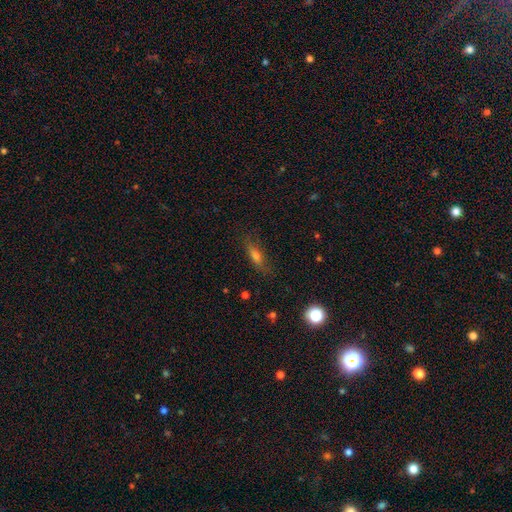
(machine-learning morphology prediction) Smooth or featured: smooth — 53% (featured or disk — 33%)
How rounded: cigar-shaped — 55% (in between — 39%)
Merging: none — 76% (minor disturbance — 17%)